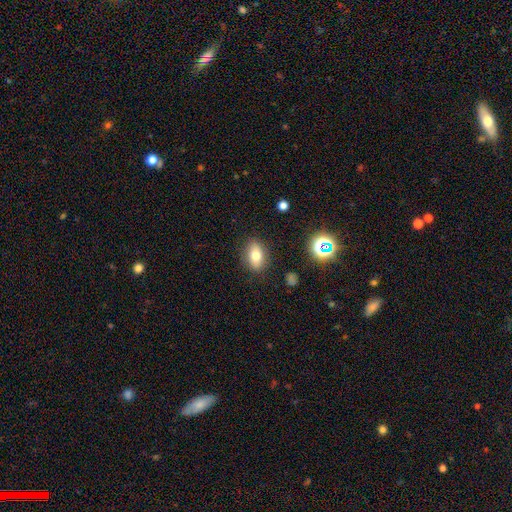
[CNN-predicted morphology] This is likely a smooth galaxy (72%). How rounded: clearly in between (80%). Merging: clearly none (85%).